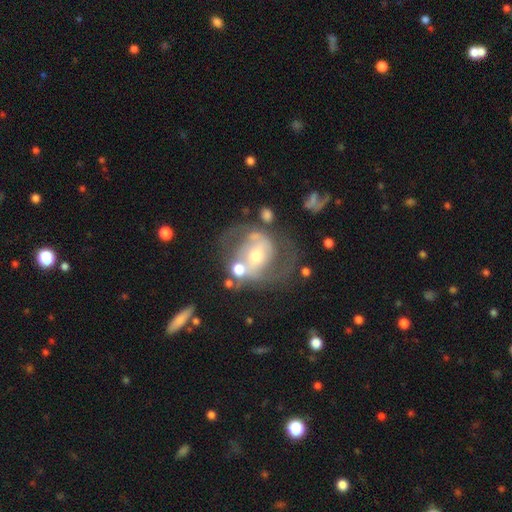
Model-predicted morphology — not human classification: Smooth or featured: featured or disk — 76% (smooth — 16%)
Edge-on disk: no — 96% (yes — 4%)
Bar: weak — 36% (no — 35%)
Spiral arms: yes — 76% (no — 24%)
Spiral winding: medium — 49% (loose — 27%)
Spiral arm count: 2 — 76% (can't tell — 13%)
Bulge size: moderate — 51% (small — 40%)
Merging: none — 49% (major disturbance — 20%)